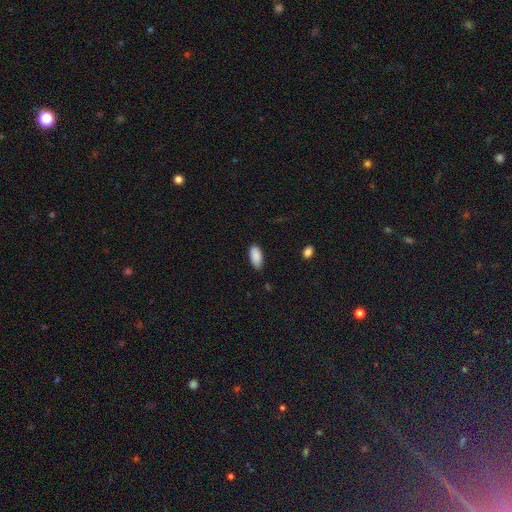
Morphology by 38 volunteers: A smooth galaxy with no disk features (89%) that is in between round and cigar-shaped (88%).

Vote fractions:
- Smooth or featured? smooth: 89% / featured or disk: 8% / star or artifact: 3%
- How rounded? in between: 88% / cigar-shaped: 12% / round: 0%
- Merging? none: 84% / minor disturbance: 11% / major disturbance: 3% / merger: 3%